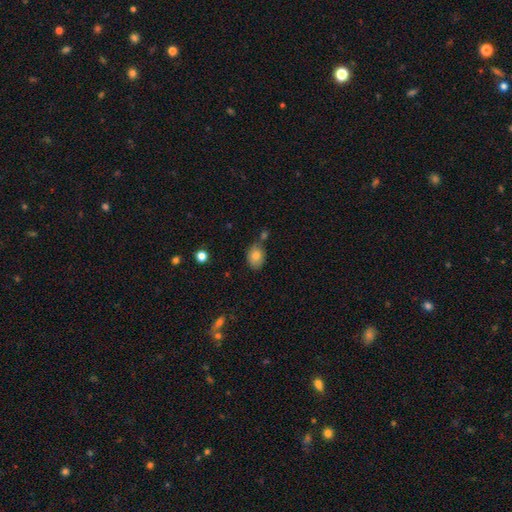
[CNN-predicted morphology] smooth 79%, featured or disk 12%, star or artifact 9%. Down the decision tree: how rounded — in between (67%); merging — none (63%).